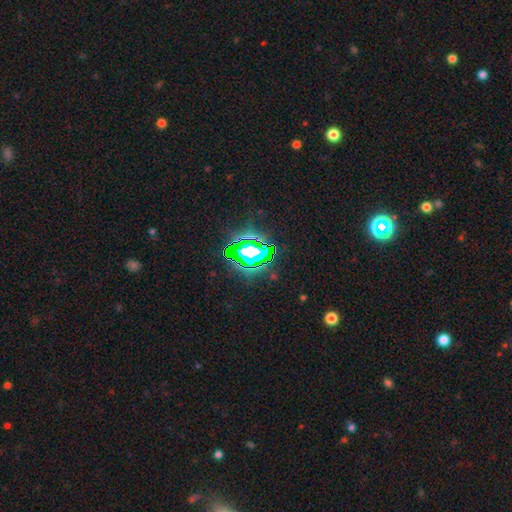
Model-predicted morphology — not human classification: Smooth or featured? star or artifact (71%)